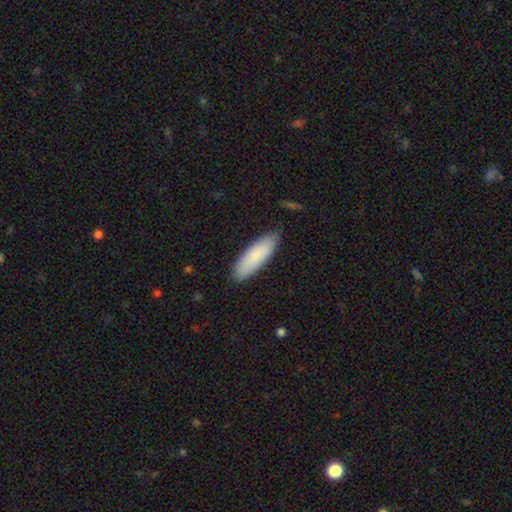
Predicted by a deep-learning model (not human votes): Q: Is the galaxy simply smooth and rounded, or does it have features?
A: smooth — 84%.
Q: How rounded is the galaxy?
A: cigar-shaped — 53%.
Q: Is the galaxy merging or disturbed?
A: none — 84%.